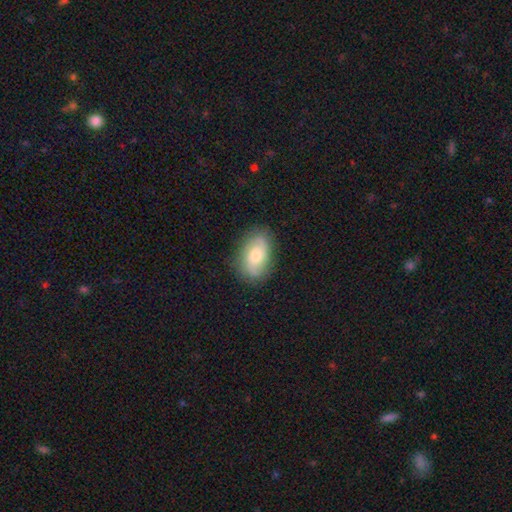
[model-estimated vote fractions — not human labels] Q: Smooth or featured?
A: smooth (49%); runner-up: featured or disk (44%)
Q: Merging?
A: none (82%); runner-up: minor disturbance (14%)